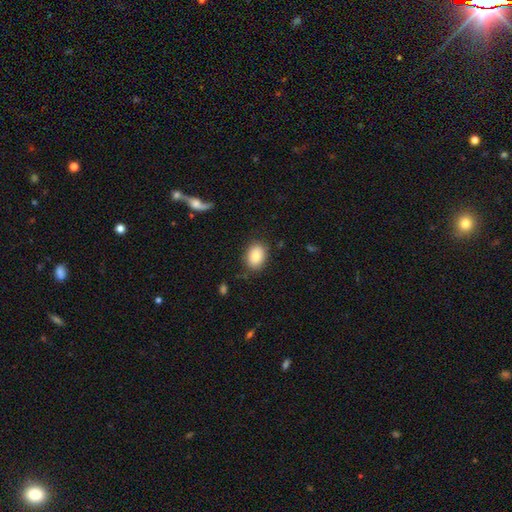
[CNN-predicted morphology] Smooth or featured? smooth (83%)
How rounded? in between (70%)
Merging? none (84%)